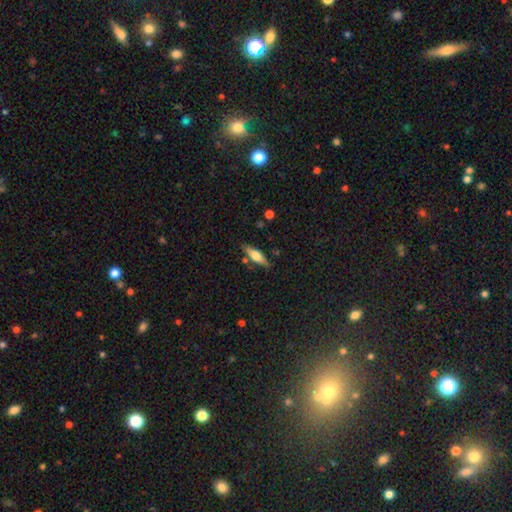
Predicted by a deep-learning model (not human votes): This is possibly a smooth galaxy (48%). Merging: clearly none (80%).